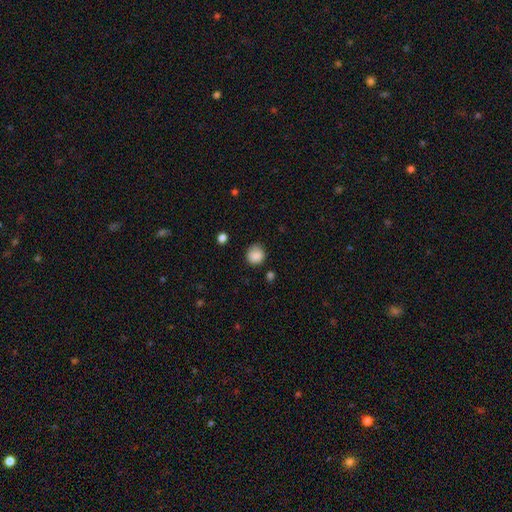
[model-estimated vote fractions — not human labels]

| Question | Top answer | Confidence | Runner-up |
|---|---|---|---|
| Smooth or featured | smooth | 86% | star or artifact (9%) |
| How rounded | round | 85% | in between (14%) |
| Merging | none | 72% | minor disturbance (21%) |